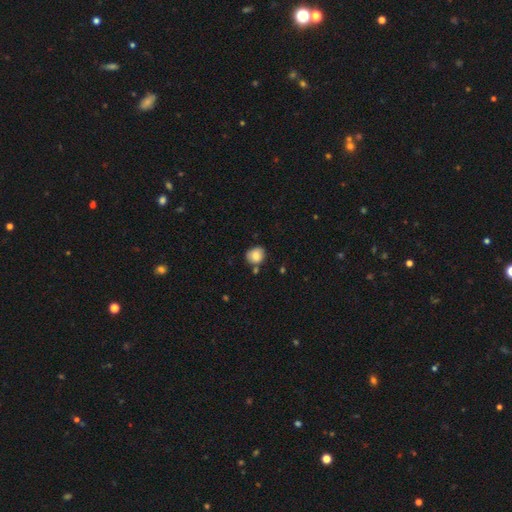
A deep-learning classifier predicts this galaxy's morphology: type=smooth (82%); roundness=round (73%); merging=none (71%).